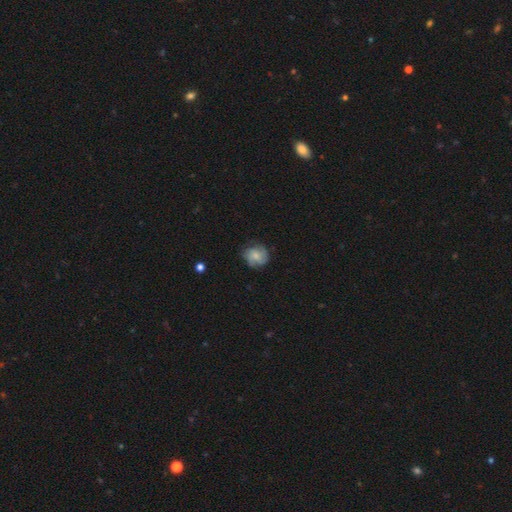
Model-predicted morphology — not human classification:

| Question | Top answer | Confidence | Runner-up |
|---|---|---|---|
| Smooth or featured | smooth | 52% | featured or disk (40%) |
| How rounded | round | 80% | in between (19%) |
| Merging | none | 71% | minor disturbance (21%) |